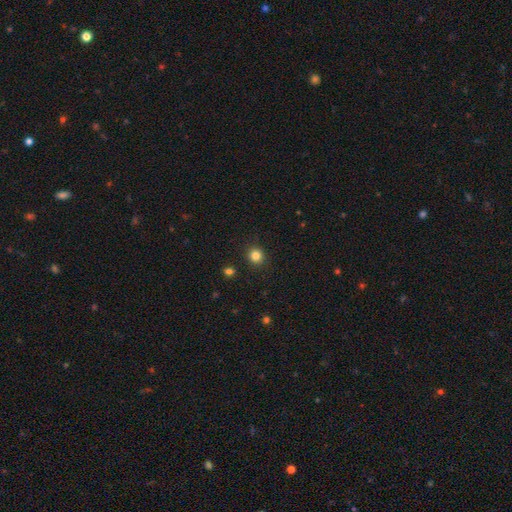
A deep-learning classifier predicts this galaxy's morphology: Smooth or featured: smooth — 83% (star or artifact — 13%)
How rounded: round — 90% (in between — 9%)
Merging: none — 91% (minor disturbance — 6%)